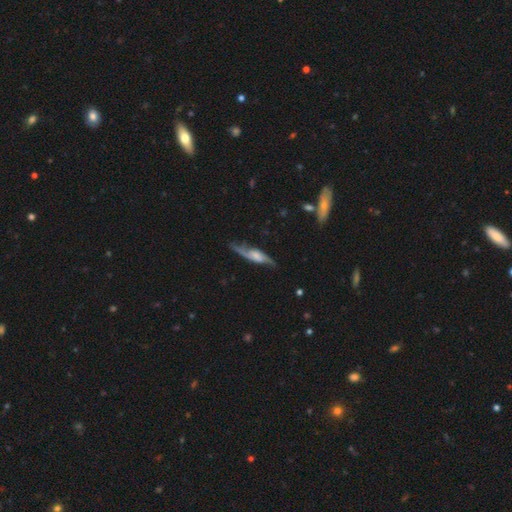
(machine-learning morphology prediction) A featured or disk galaxy (74%).

Vote fractions:
- Smooth or featured? featured or disk: 74% / smooth: 20% / star or artifact: 6%
- Edge-on disk? no: 62% / yes: 38%
- Merging? none: 68% / minor disturbance: 20% / major disturbance: 9% / merger: 2%